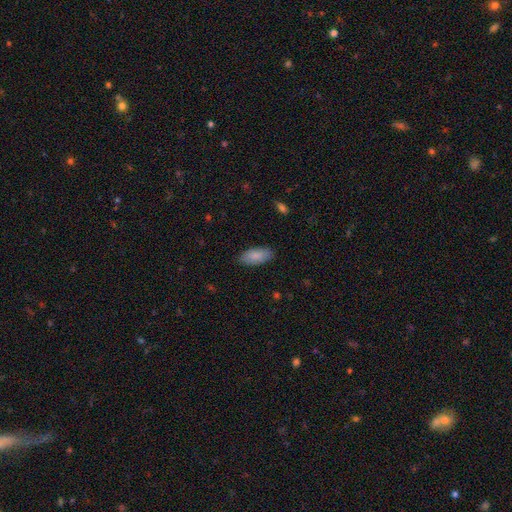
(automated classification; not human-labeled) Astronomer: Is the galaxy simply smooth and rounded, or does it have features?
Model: smooth — 88%.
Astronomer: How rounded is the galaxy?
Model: in between — 89%.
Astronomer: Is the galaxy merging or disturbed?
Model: none — 86%.